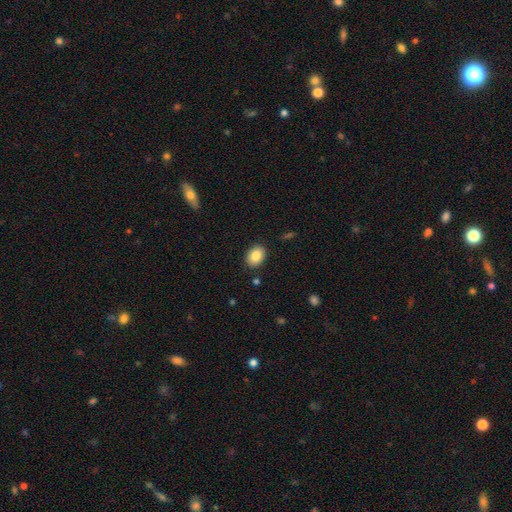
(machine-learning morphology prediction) Smooth or featured?
  - smooth: 85% *
  - star or artifact: 8%
  - featured or disk: 7%
How rounded?
  - in between: 73% *
  - round: 26%
  - cigar-shaped: 1%
Merging?
  - none: 88% *
  - minor disturbance: 8%
  - major disturbance: 2%
  - merger: 1%